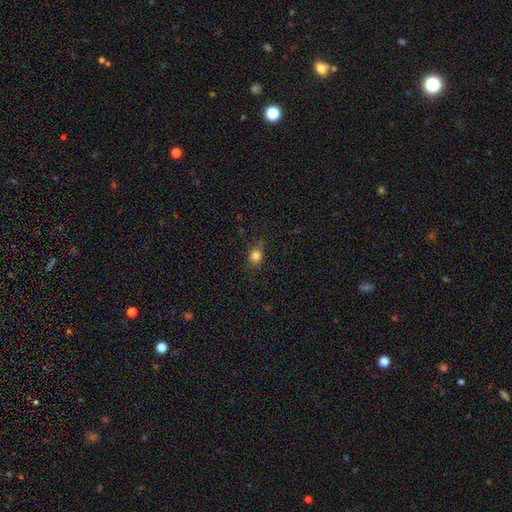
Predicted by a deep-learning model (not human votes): A smooth galaxy with no disk features (82%) that is round (62%).

Vote fractions:
- Smooth or featured? smooth: 82% / star or artifact: 12% / featured or disk: 6%
- How rounded? round: 62% / in between: 36% / cigar-shaped: 1%
- Merging? none: 81% / minor disturbance: 15% / major disturbance: 3% / merger: 1%